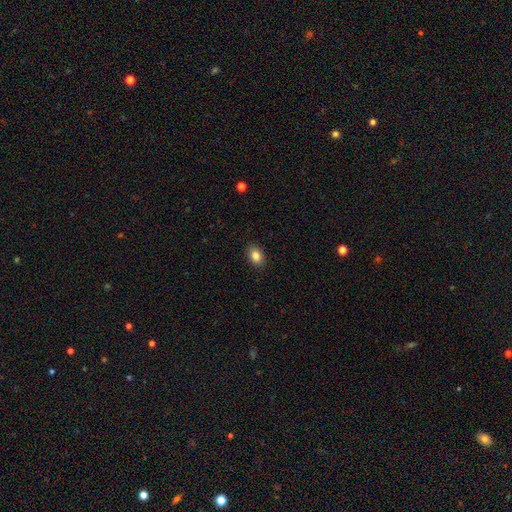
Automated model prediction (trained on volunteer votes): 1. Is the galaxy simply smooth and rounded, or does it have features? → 86% smooth, 9% star or artifact, 6% featured or disk.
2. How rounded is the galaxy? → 79% in between, 20% round, 1% cigar-shaped.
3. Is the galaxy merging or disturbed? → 88% none, 9% minor disturbance, 2% major disturbance, 1% merger.